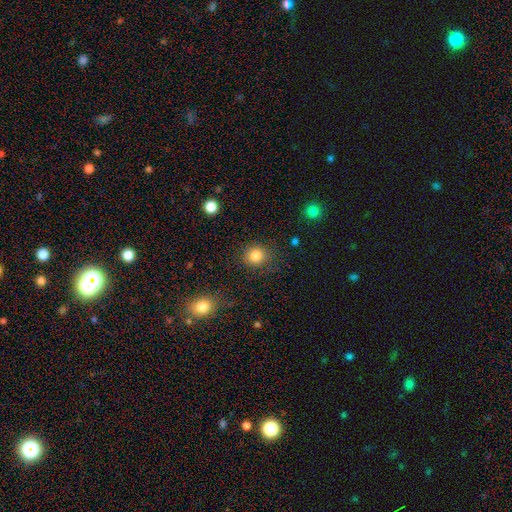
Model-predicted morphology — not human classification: Smooth or featured: smooth — 84% (star or artifact — 11%)
How rounded: round — 85% (in between — 15%)
Merging: none — 85% (minor disturbance — 10%)